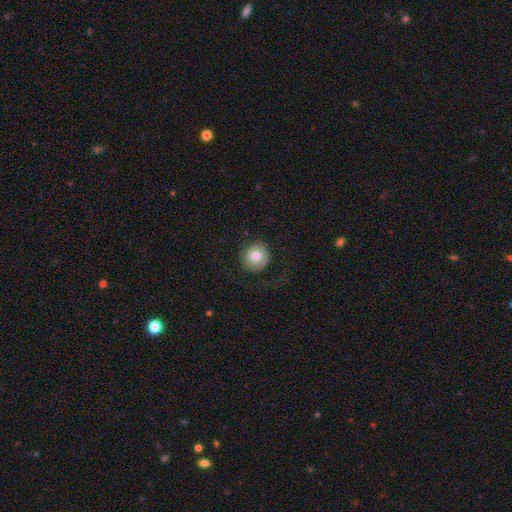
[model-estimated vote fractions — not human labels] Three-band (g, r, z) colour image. It shows a smooth galaxy with no disk features (73%) that is round (90%). Merging: none (71%).